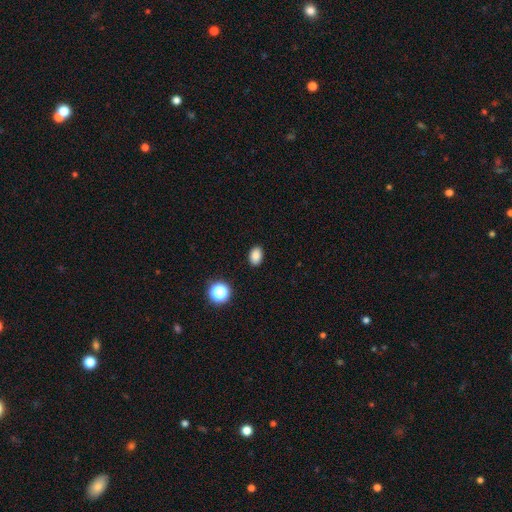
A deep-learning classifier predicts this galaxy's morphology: smooth 84%, star or artifact 11%, featured or disk 4%. Down the decision tree: how rounded — in between (81%); merging — none (89%).